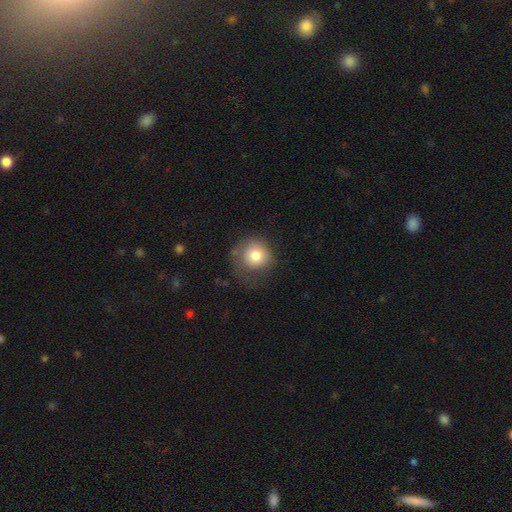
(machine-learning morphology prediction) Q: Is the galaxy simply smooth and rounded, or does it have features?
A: smooth — 77%.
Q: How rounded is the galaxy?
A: round — 89%.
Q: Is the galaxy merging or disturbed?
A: none — 54%.